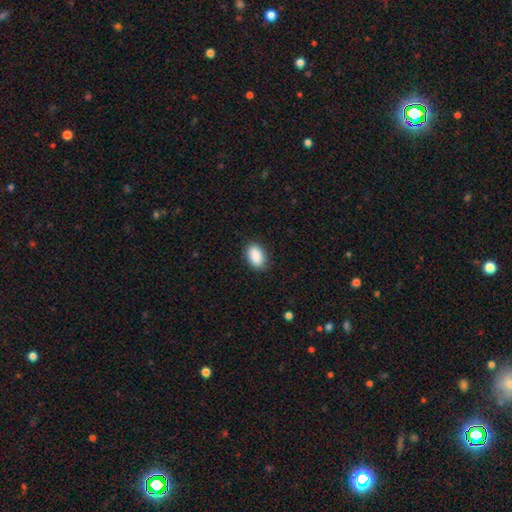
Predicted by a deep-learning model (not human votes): Smooth or featured? smooth (90%)
How rounded? in between (92%)
Merging? none (86%)